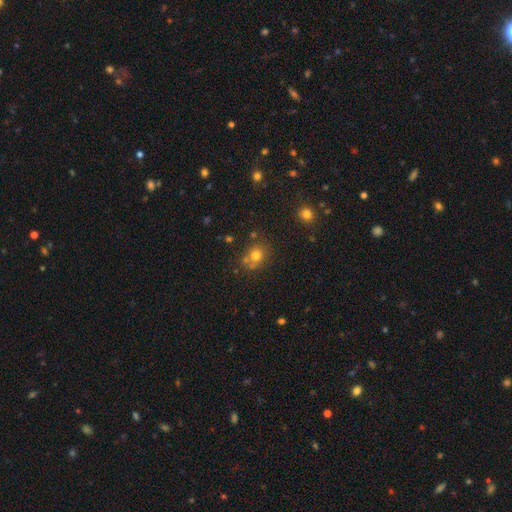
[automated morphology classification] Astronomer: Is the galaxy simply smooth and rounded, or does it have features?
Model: smooth — 73%.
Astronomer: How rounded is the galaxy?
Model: round — 71%.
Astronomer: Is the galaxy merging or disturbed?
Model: none — 64%.